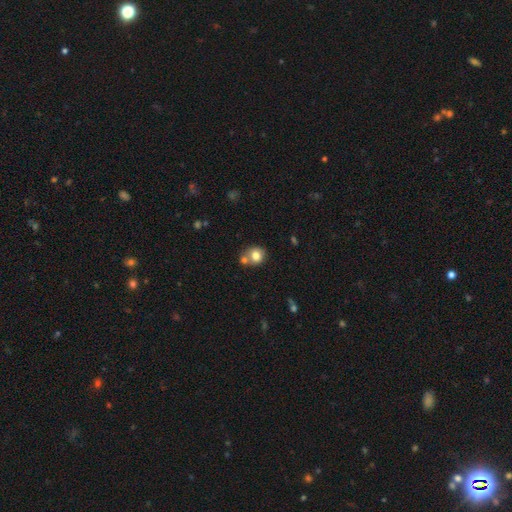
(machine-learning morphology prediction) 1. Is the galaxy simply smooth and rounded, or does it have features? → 77% smooth, 12% featured or disk, 11% star or artifact.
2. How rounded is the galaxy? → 77% round, 22% in between, 1% cigar-shaped.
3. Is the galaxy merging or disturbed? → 54% none, 31% merger, 11% minor disturbance, 3% major disturbance.